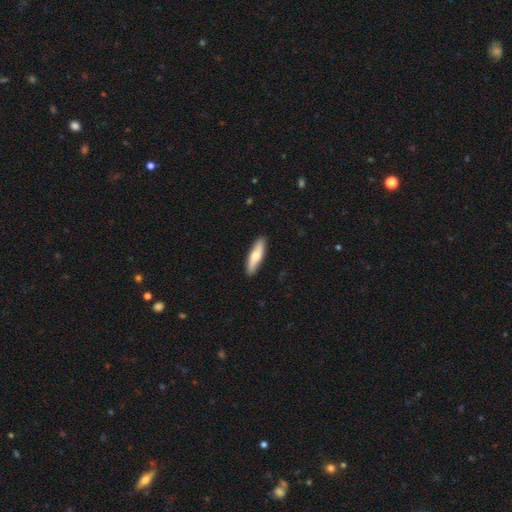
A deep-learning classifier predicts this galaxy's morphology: smooth 65%, featured or disk 30%, star or artifact 5%. Down the decision tree: how rounded — cigar-shaped (72%); merging — none (89%).